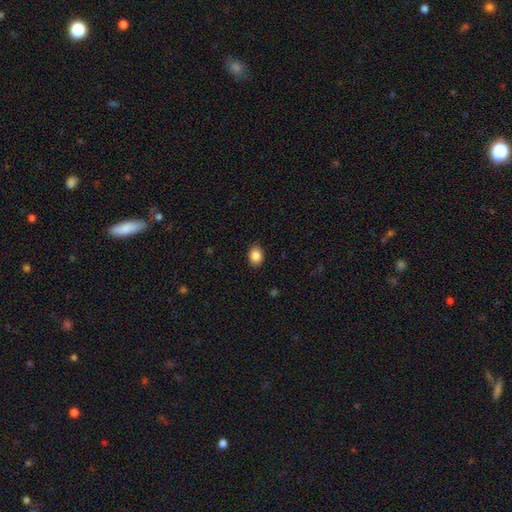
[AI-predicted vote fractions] Smooth or featured? Predicted: smooth (p=0.87). How rounded? Predicted: in between (p=0.66). Merging? Predicted: none (p=0.87).